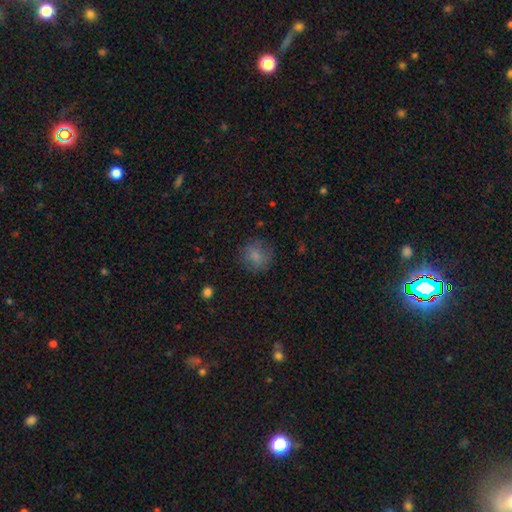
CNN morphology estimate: smooth 77%, featured or disk 13%, star or artifact 10%. Down the decision tree: how rounded — round (84%); merging — none (77%).